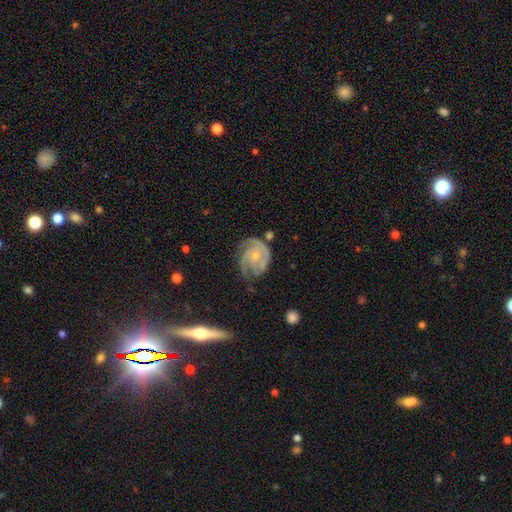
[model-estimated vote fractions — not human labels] smooth-or-featured: featured or disk: 87% | smooth: 8% | star or artifact: 5%
  disk-edge-on: no: 98% | yes: 2%
    bar: no: 76% | weak: 20% | strong: 4%
    has-spiral-arms: yes: 97% | no: 3%
      spiral-winding: tight: 58% | medium: 34% | loose: 8%
      spiral-arm-count: 3: 47% | 2: 22% | can't tell: 13% | 4: 9% | 1: 5% | more than 4: 4%
    bulge-size: small: 68% | moderate: 27% | none: 3% | large: 1% | dominant: 1%
  merging: none: 60% | minor disturbance: 24% | major disturbance: 13% | merger: 3%